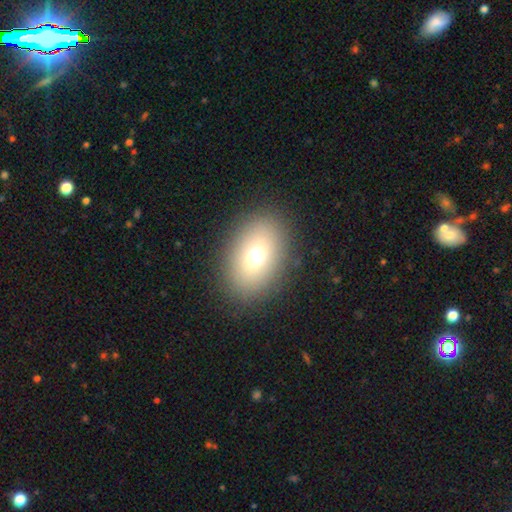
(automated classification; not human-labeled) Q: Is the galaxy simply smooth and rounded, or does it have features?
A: smooth — 69%.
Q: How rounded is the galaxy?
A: in between — 73%.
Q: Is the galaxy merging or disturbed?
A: none — 87%.